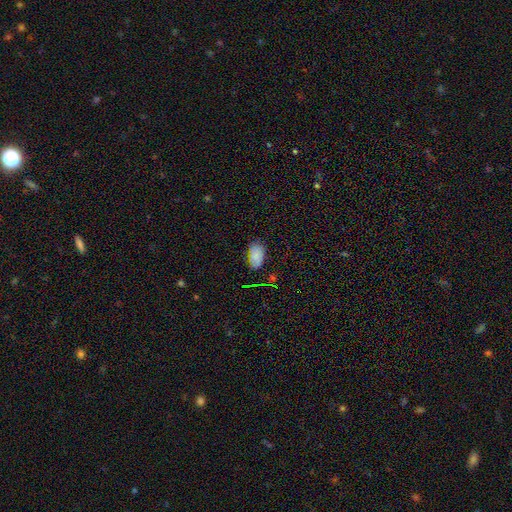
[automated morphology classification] smooth_or_featured: smooth (p=0.73) [alt: star or artifact p=0.20]
how_rounded: in between (p=0.94) [alt: round p=0.05]
merging: none (p=0.77) [alt: minor disturbance p=0.17]